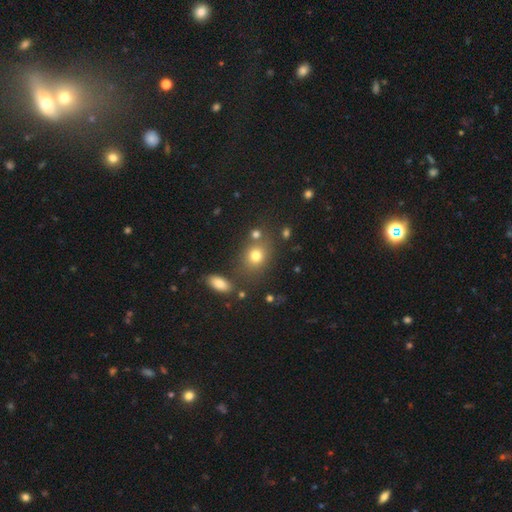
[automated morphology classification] smooth 76%, star or artifact 14%, featured or disk 10%. Down the decision tree: how rounded — round (57%); merging — none (69%).